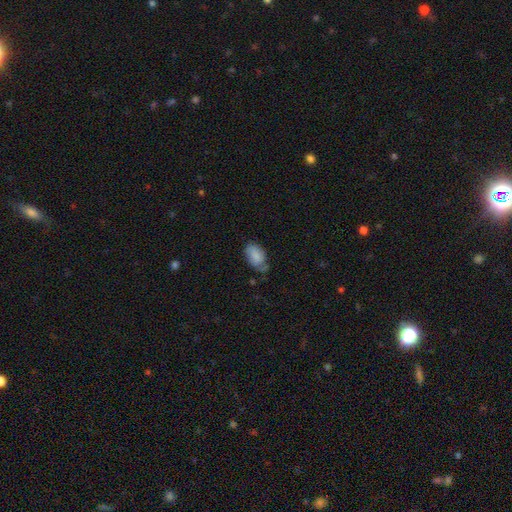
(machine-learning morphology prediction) smooth-or-featured: smooth: 78% | featured or disk: 14% | star or artifact: 7%
  how-rounded: in between: 91% | round: 7% | cigar-shaped: 2%
  merging: none: 49% | minor disturbance: 35% | major disturbance: 11% | merger: 5%